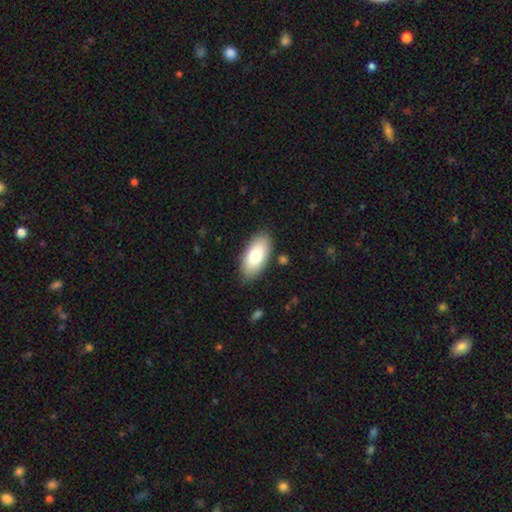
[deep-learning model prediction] A smooth galaxy with no disk features (77%) that is in between round and cigar-shaped (92%).

Vote fractions:
- Smooth or featured? smooth: 77% / featured or disk: 17% / star or artifact: 6%
- How rounded? in between: 92% / cigar-shaped: 5% / round: 3%
- Merging? none: 85% / minor disturbance: 11% / major disturbance: 3% / merger: 2%